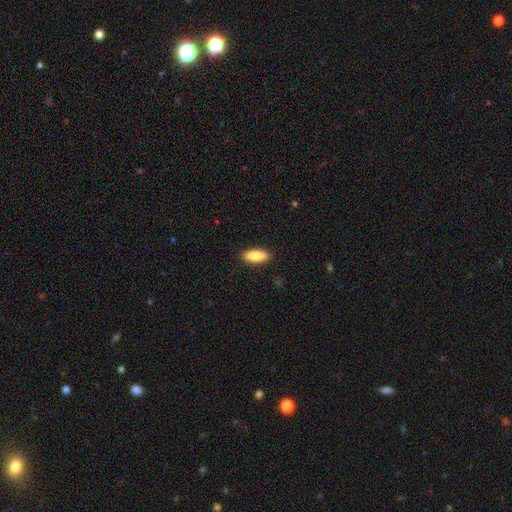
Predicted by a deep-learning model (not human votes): Smooth or featured? Predicted: smooth (p=0.84). How rounded? Predicted: in between (p=0.81). Merging? Predicted: none (p=0.89).